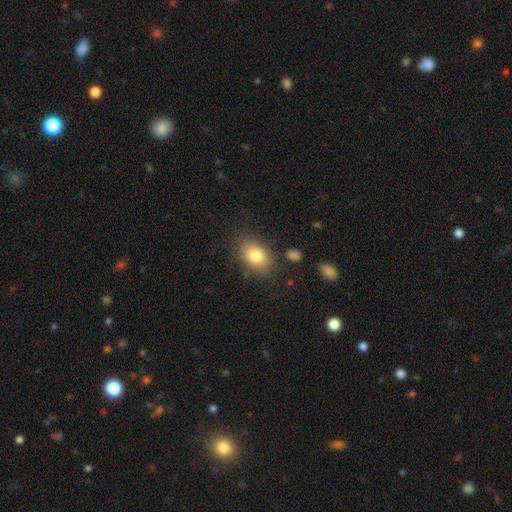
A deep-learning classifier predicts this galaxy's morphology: Smooth or featured? smooth (82%)
How rounded? in between (81%)
Merging? none (79%)